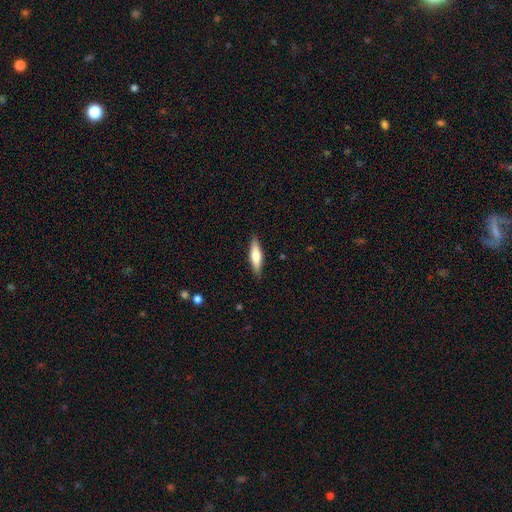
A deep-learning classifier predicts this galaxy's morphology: smooth-or-featured: smooth: 61% | featured or disk: 33% | star or artifact: 6%
  how-rounded: cigar-shaped: 67% | in between: 32% | round: 2%
  merging: none: 88% | minor disturbance: 9% | major disturbance: 2% | merger: 1%